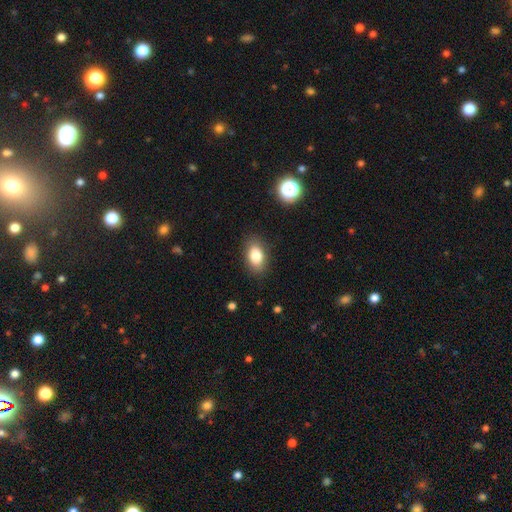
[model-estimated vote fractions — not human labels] A smooth galaxy with no disk features (82%) that is in between round and cigar-shaped (86%). Merging: none (85%).